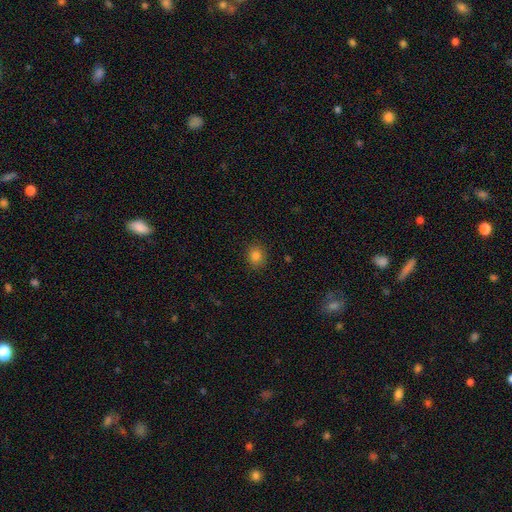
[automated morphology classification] Smooth or featured? smooth (82%)
How rounded? round (72%)
Merging? none (90%)